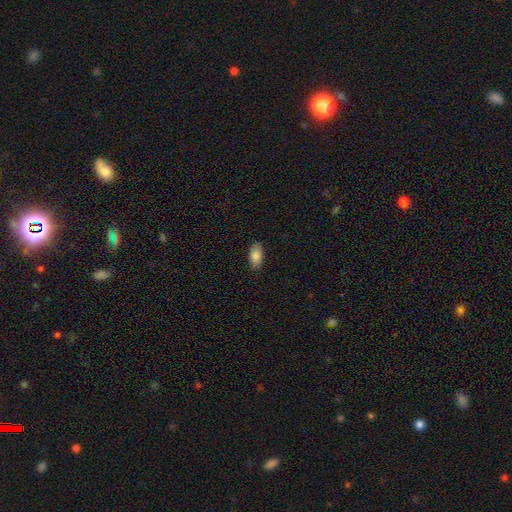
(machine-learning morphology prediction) Q: Smooth or featured?
A: smooth (86%); runner-up: star or artifact (7%)
Q: How rounded?
A: in between (90%); runner-up: cigar-shaped (6%)
Q: Merging?
A: none (85%); runner-up: minor disturbance (12%)